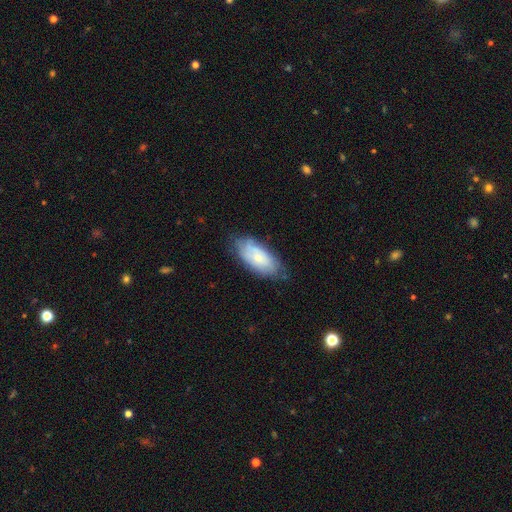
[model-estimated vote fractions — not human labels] Smooth or featured: smooth — 60% (featured or disk — 33%)
How rounded: in between — 89% (cigar-shaped — 8%)
Merging: none — 68% (minor disturbance — 25%)